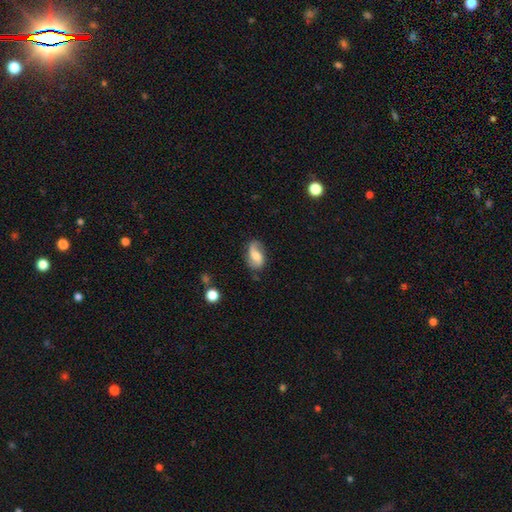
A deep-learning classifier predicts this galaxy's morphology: type=featured or disk (62%); edge-on=no (96%); bar=weak (44%); spiral arms=yes (92%); winding=loose (57%); arm count=2 (81%); bulge=moderate (41%); merging=none (69%).